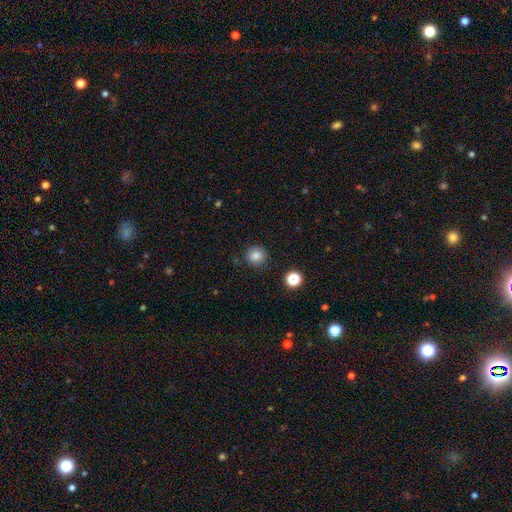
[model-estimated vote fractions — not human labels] smooth_or_featured: smooth (p=0.84) [alt: star or artifact p=0.11]
how_rounded: round (p=0.92) [alt: in between p=0.07]
merging: none (p=0.87) [alt: minor disturbance p=0.08]